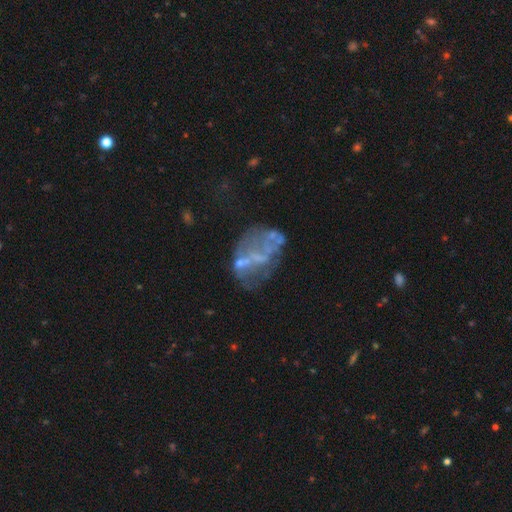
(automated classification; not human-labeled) Q: Smooth or featured?
A: featured or disk (63%); runner-up: smooth (19%)
Q: Edge-on disk?
A: no (97%); runner-up: yes (3%)
Q: Bar?
A: no (75%); runner-up: weak (17%)
Q: Spiral arms?
A: no (84%); runner-up: yes (16%)
Q: Bulge size?
A: none (62%); runner-up: small (25%)
Q: Merging?
A: none (42%); runner-up: major disturbance (26%)